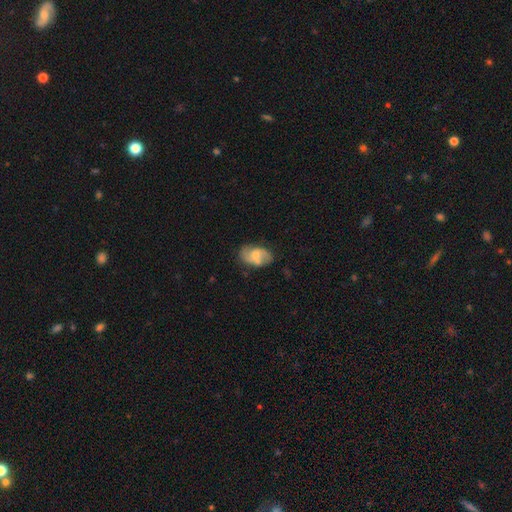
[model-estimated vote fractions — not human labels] Smooth or featured? featured or disk (59%)
Edge-on disk? no (96%)
Bar? no (54%)
Spiral arms? yes (86%)
Bulge size? moderate (52%)
Merging? none (70%)